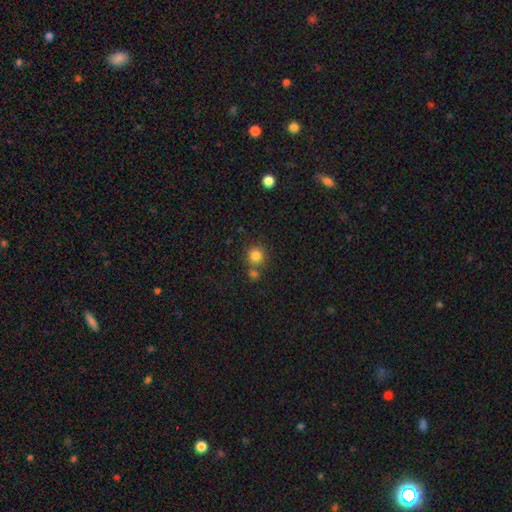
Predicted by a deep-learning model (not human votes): Smooth or featured? smooth (82%)
How rounded? round (91%)
Merging? none (65%)